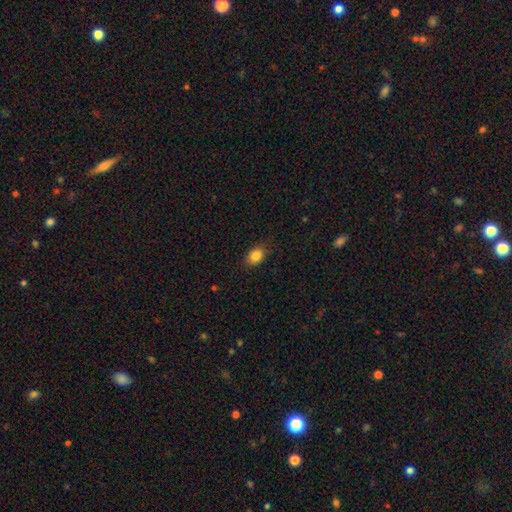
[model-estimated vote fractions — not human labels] A smooth galaxy with no disk features (85%) that is in between round and cigar-shaped (70%).

Vote fractions:
- Smooth or featured? smooth: 85% / star or artifact: 9% / featured or disk: 6%
- How rounded? in between: 70% / round: 28% / cigar-shaped: 1%
- Merging? none: 83% / minor disturbance: 13% / major disturbance: 3% / merger: 1%